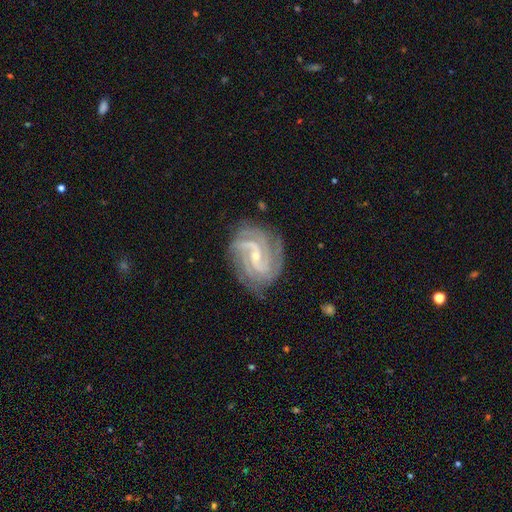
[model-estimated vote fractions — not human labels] This appears to be a featured or disk galaxy (91%) with a weak bar (48%), 2 (31%) tight (53%) spiral arms (98%) and a small central bulge (67%). Merging: none (78%).